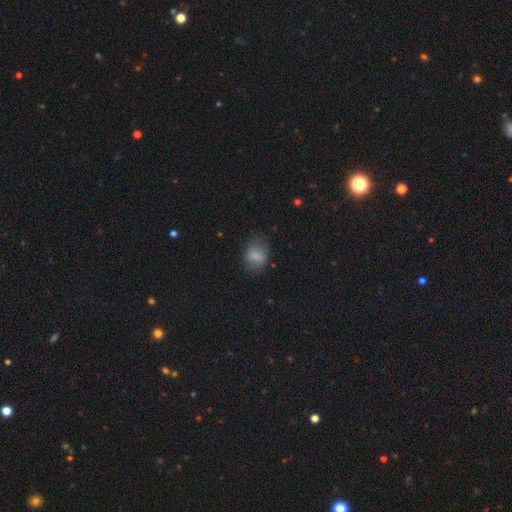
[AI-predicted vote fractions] smooth 78%, featured or disk 12%, star or artifact 10%. Down the decision tree: how rounded — in between (62%); merging — none (70%).